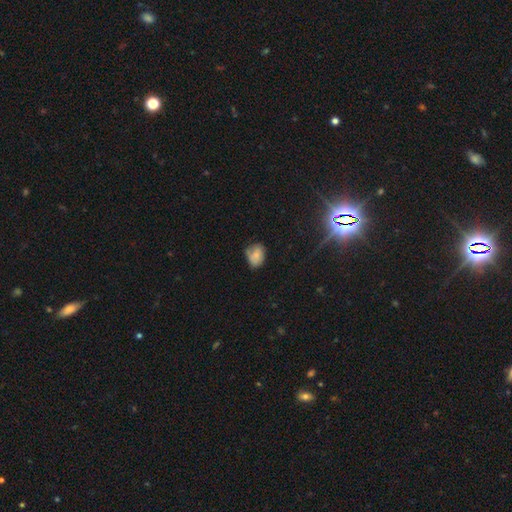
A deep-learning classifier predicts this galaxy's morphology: type=smooth (71%); roundness=in between (67%); merging=none (53%).